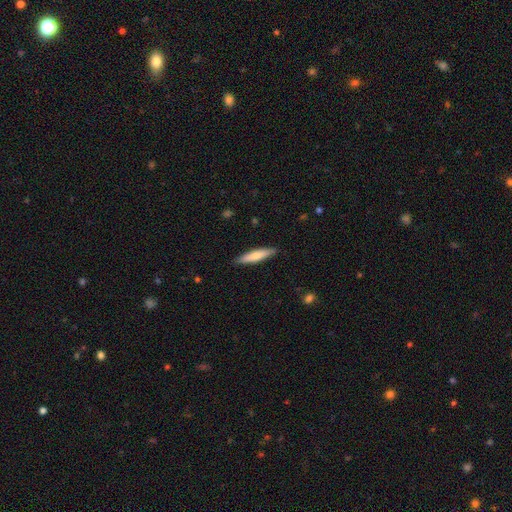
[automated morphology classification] Q: Smooth or featured?
A: smooth (69%); runner-up: featured or disk (26%)
Q: How rounded?
A: cigar-shaped (84%); runner-up: in between (14%)
Q: Merging?
A: none (88%); runner-up: minor disturbance (9%)